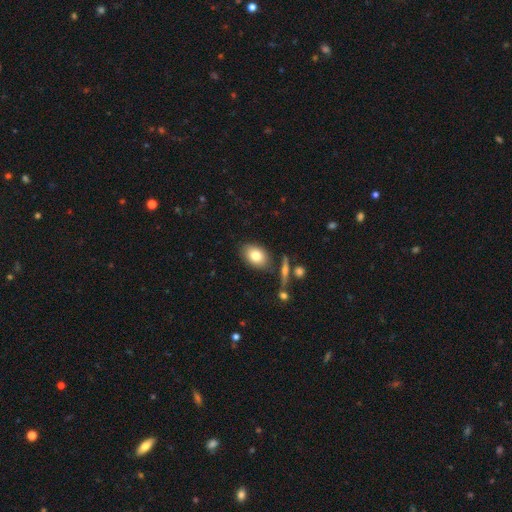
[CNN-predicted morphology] smooth_or_featured: smooth (p=0.78) [alt: featured or disk p=0.14]
how_rounded: in between (p=0.83) [alt: round p=0.15]
merging: none (p=0.80) [alt: minor disturbance p=0.11]